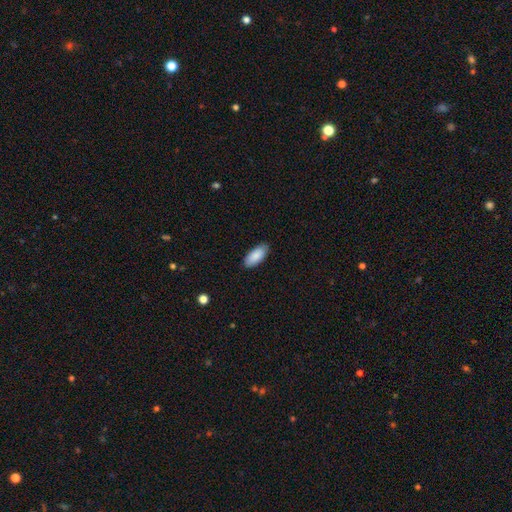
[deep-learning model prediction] smooth_or_featured: smooth (p=0.88) [alt: featured or disk p=0.06]
how_rounded: in between (p=0.88) [alt: cigar-shaped p=0.11]
merging: none (p=0.87) [alt: minor disturbance p=0.10]